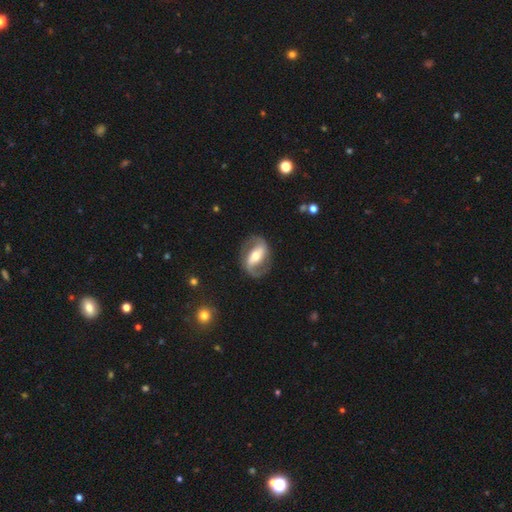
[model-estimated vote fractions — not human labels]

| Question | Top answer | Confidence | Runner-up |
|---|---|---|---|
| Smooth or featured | featured or disk | 84% | smooth (12%) |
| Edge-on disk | no | 96% | yes (4%) |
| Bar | strong | 54% | weak (28%) |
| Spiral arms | yes | 91% | no (9%) |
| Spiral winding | medium | 48% | loose (31%) |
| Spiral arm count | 2 | 91% | can't tell (3%) |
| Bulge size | moderate | 64% | small (23%) |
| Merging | none | 80% | minor disturbance (12%) |